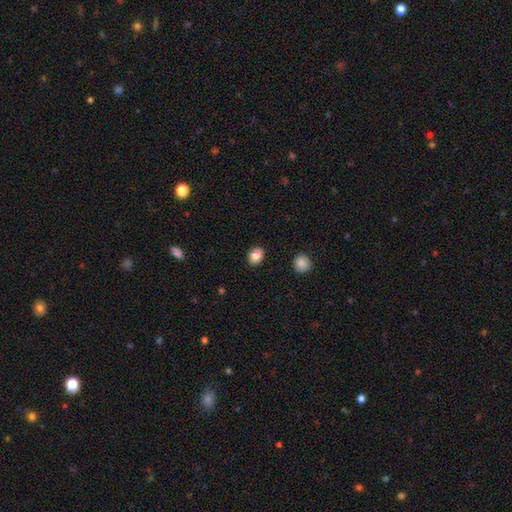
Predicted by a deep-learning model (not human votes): Q: Smooth or featured?
A: smooth (86%); runner-up: star or artifact (9%)
Q: How rounded?
A: in between (67%); runner-up: round (32%)
Q: Merging?
A: none (89%); runner-up: minor disturbance (7%)